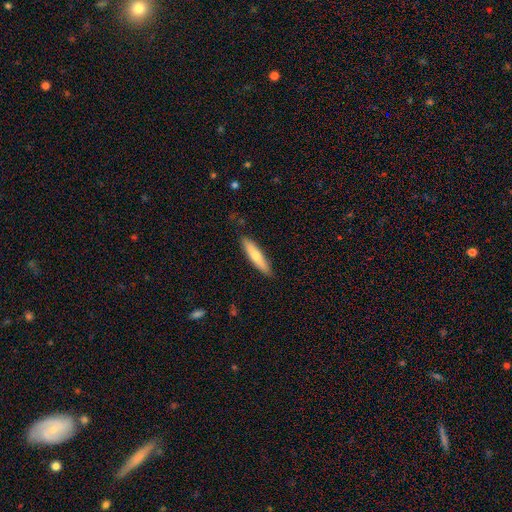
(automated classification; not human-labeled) smooth_or_featured: smooth (p=0.66) [alt: featured or disk p=0.28]
how_rounded: cigar-shaped (p=0.83) [alt: in between p=0.16]
merging: none (p=0.88) [alt: minor disturbance p=0.09]